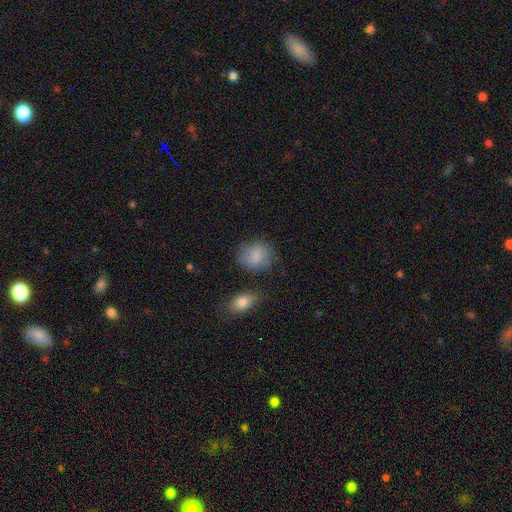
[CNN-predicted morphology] type=smooth (80%); roundness=round (60%); merging=none (62%).